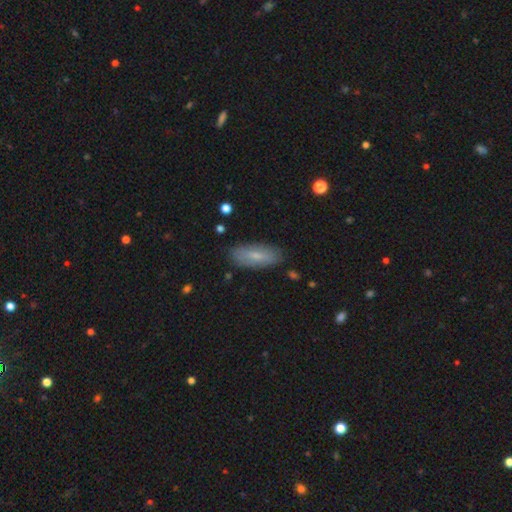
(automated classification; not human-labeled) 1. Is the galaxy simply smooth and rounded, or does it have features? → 68% smooth, 25% featured or disk, 7% star or artifact.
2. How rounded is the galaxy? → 73% in between, 25% cigar-shaped, 2% round.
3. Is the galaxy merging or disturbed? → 84% none, 12% minor disturbance, 2% major disturbance, 1% merger.